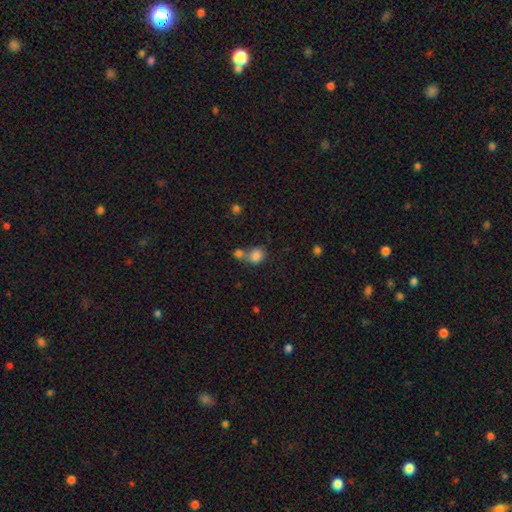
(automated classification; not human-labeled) smooth-or-featured: smooth: 82% | star or artifact: 10% | featured or disk: 7%
  how-rounded: round: 60% | in between: 39% | cigar-shaped: 1%
  merging: merger: 49% | none: 36% | minor disturbance: 10% | major disturbance: 5%